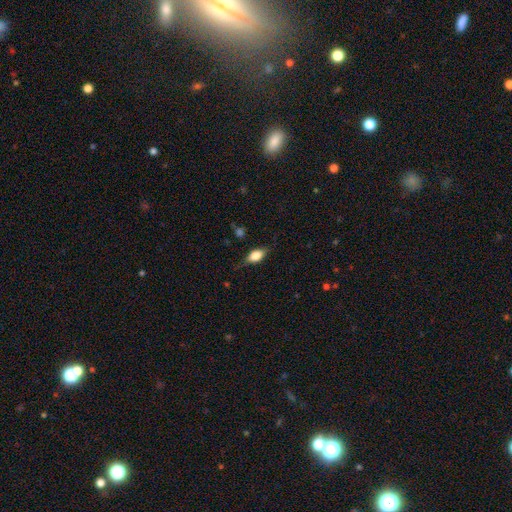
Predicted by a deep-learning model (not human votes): A smooth galaxy with no disk features (68%) that is in between round and cigar-shaped (83%). Merging: none (70%).